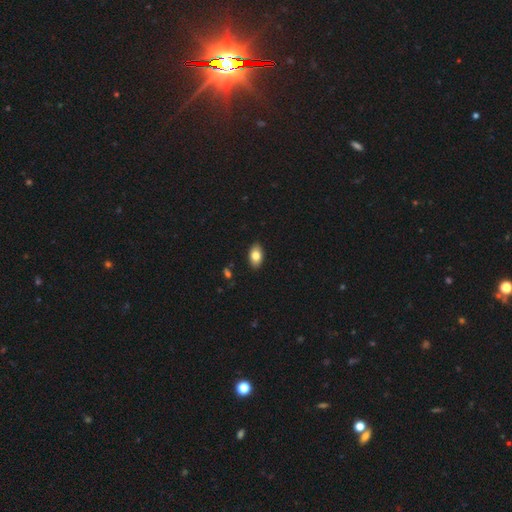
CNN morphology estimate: A smooth galaxy with no disk features (82%) that is in between round and cigar-shaped (92%). Merging: none (89%).